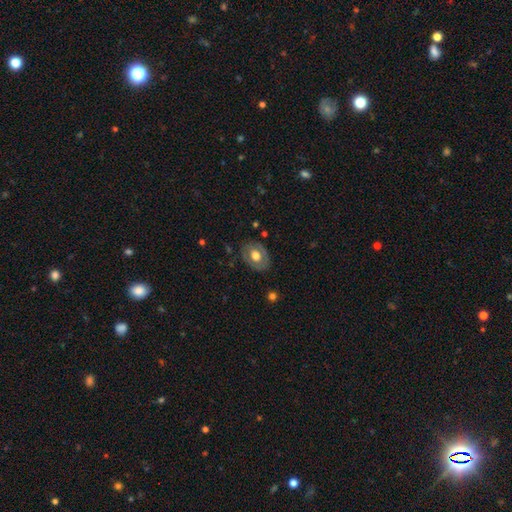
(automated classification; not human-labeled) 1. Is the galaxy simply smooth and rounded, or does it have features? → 54% smooth, 40% featured or disk, 6% star or artifact.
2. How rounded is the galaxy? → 71% in between, 28% round, 1% cigar-shaped.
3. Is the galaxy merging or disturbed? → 80% none, 14% minor disturbance, 5% major disturbance, 1% merger.